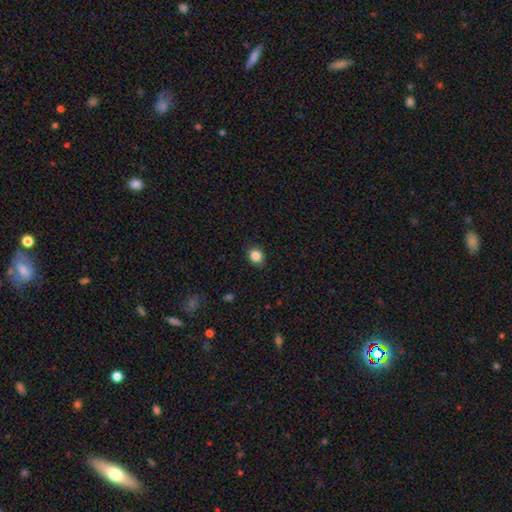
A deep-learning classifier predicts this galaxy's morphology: type=smooth (86%); roundness=round (61%); merging=none (88%).